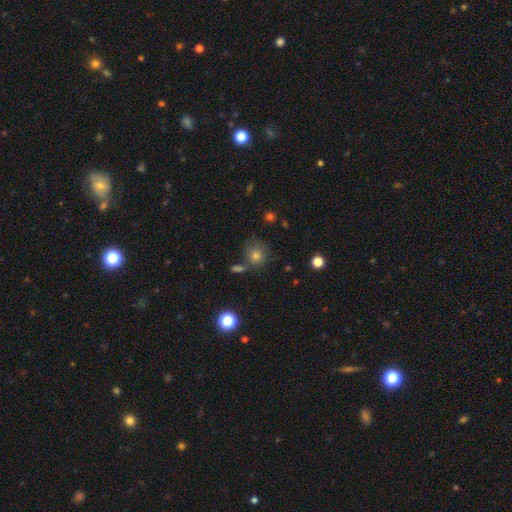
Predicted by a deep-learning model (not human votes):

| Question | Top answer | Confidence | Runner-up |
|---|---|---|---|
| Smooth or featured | smooth | 73% | star or artifact (16%) |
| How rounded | round | 84% | in between (15%) |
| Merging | none | 67% | minor disturbance (15%) |